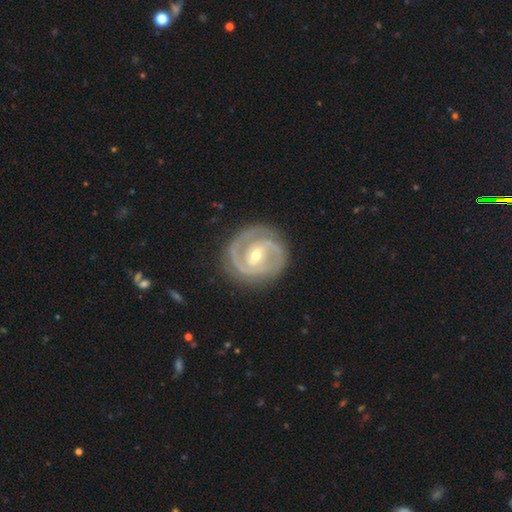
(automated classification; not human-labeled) A featured or disk galaxy (89%) with a weak bar (43%), 2 (81%) tight (59%) spiral arms (97%) and a small central bulge (55%).

Vote fractions:
- Smooth or featured? featured or disk: 89% / smooth: 6% / star or artifact: 5%
- Edge-on disk? no: 98% / yes: 2%
- Bar? weak: 43% / no: 30% / strong: 27%
- Spiral arms? yes: 97% / no: 3%
- Spiral winding? tight: 59% / medium: 35% / loose: 6%
- Spiral arm count? 2: 81% / 3: 7% / can't tell: 6% / 1: 2% / 4: 2% / more than 4: 2%
- Bulge size? small: 55% / moderate: 42% / large: 1% / none: 1% / dominant: 1%
- Merging? none: 83% / minor disturbance: 12% / major disturbance: 4% / merger: 1%